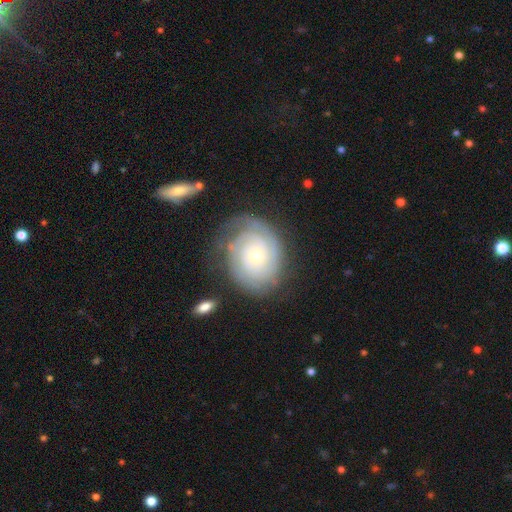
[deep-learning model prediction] Smooth or featured: featured or disk — 80% (smooth — 14%)
Edge-on disk: no — 97% (yes — 3%)
Bar: no — 81% (weak — 16%)
Spiral arms: yes — 94% (no — 6%)
Spiral winding: tight — 79% (medium — 16%)
Spiral arm count: can't tell — 38% (2 — 24%)
Bulge size: small — 63% (moderate — 33%)
Merging: none — 71% (minor disturbance — 18%)